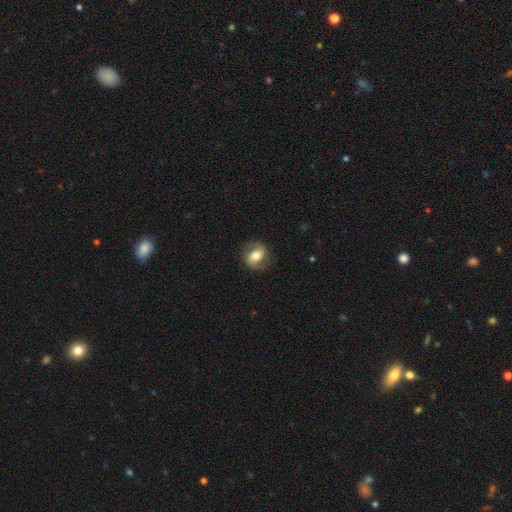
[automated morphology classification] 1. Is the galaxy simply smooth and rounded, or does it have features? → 52% featured or disk, 40% smooth, 7% star or artifact.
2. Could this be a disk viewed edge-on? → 95% no, 5% yes.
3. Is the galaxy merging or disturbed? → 80% none, 13% minor disturbance, 6% major disturbance, 1% merger.